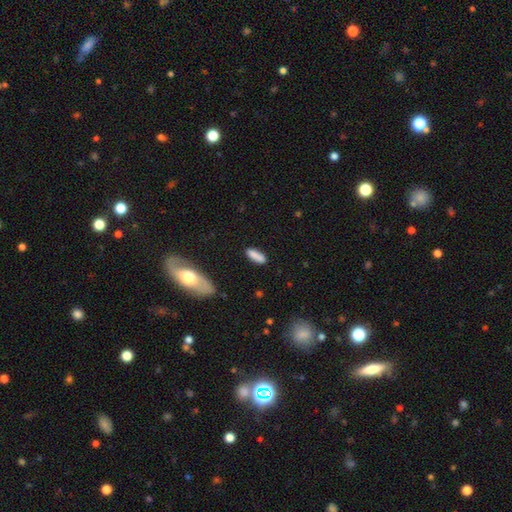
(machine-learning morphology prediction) A smooth galaxy with no disk features (86%) that is in between round and cigar-shaped (55%).

Vote fractions:
- Smooth or featured? smooth: 86% / featured or disk: 8% / star or artifact: 7%
- How rounded? in between: 55% / cigar-shaped: 42% / round: 2%
- Merging? none: 80% / minor disturbance: 13% / merger: 3% / major disturbance: 3%